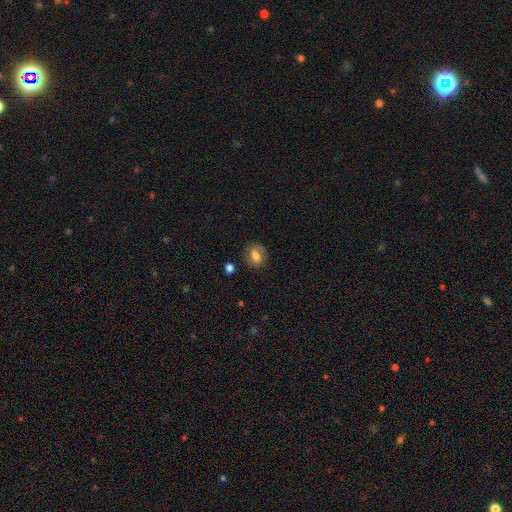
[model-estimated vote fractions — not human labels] smooth 57%, featured or disk 33%, star or artifact 10%. Down the decision tree: how rounded — round (54%); merging — none (75%).